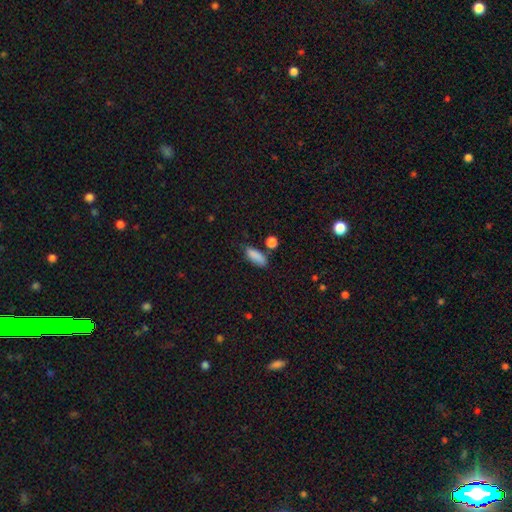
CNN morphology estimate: A smooth galaxy with no disk features (86%) that is in between round and cigar-shaped (74%).

Vote fractions:
- Smooth or featured? smooth: 86% / star or artifact: 8% / featured or disk: 6%
- How rounded? in between: 74% / cigar-shaped: 21% / round: 4%
- Merging? none: 63% / minor disturbance: 24% / merger: 7% / major disturbance: 6%